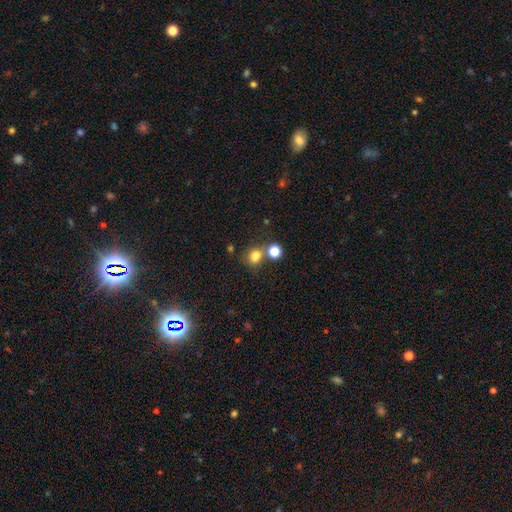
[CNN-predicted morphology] A smooth galaxy with no disk features (78%) that is round (72%). Merging: none (60%).